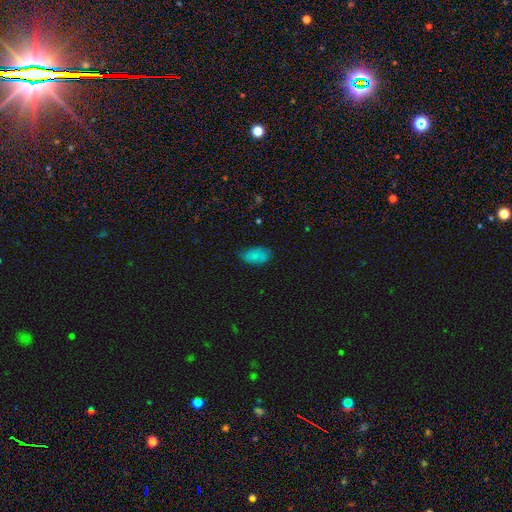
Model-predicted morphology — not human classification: Smooth or featured? smooth (78%)
How rounded? in between (92%)
Merging? none (70%)